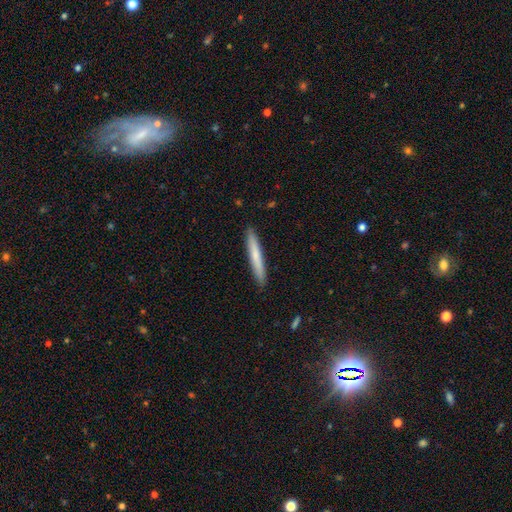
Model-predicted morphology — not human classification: Overall: smooth (70%). How rounded: cigar-shaped (96%). Merging: none (91%).